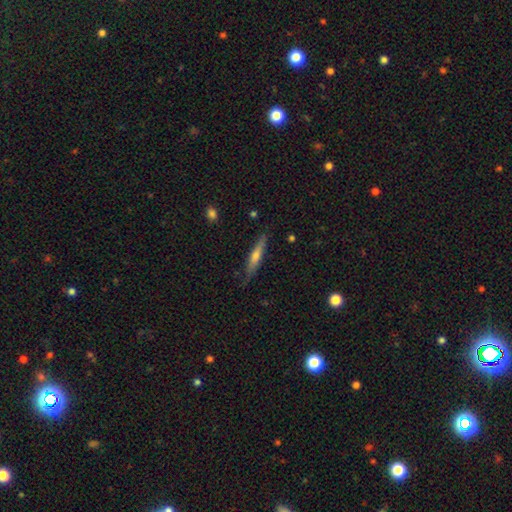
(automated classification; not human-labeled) smooth 51%, featured or disk 43%, star or artifact 6%. Down the decision tree: how rounded — cigar-shaped (88%); merging — none (80%).